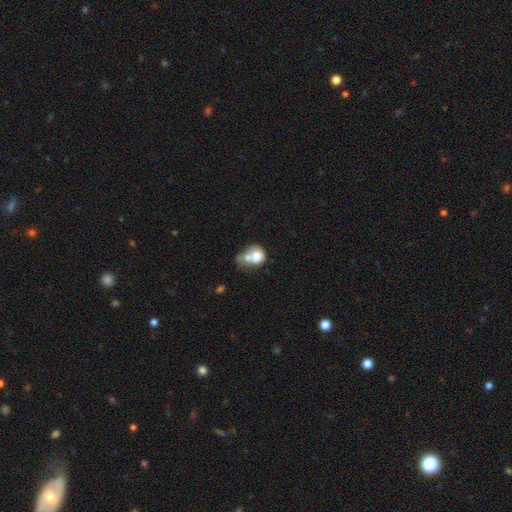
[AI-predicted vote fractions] Smooth or featured?
  - smooth: 69% *
  - featured or disk: 23%
  - star or artifact: 8%
How rounded?
  - round: 58% *
  - in between: 41%
  - cigar-shaped: 1%
Merging?
  - merger: 61% *
  - none: 17%
  - major disturbance: 12%
  - minor disturbance: 11%